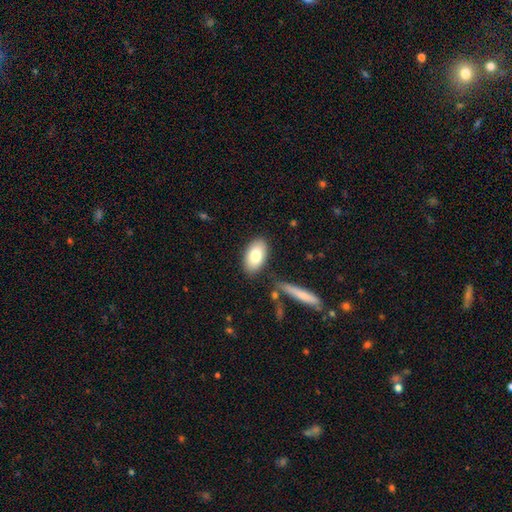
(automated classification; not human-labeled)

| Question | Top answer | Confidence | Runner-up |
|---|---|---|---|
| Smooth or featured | smooth | 78% | featured or disk (16%) |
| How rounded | in between | 93% | round (4%) |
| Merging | none | 83% | minor disturbance (11%) |